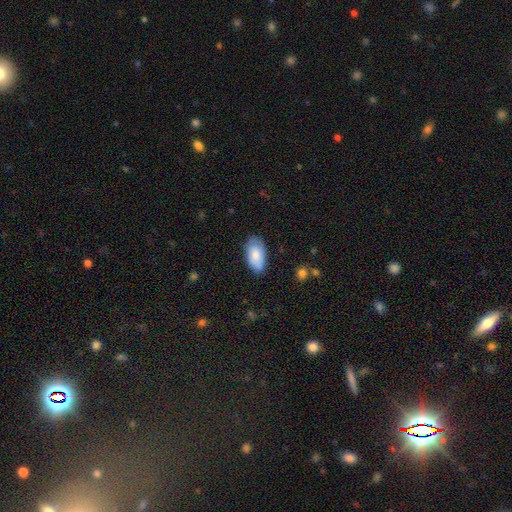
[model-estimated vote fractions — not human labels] This appears to be a smooth galaxy with no disk features (81%) that is in between round and cigar-shaped (94%). Merging: none (75%).